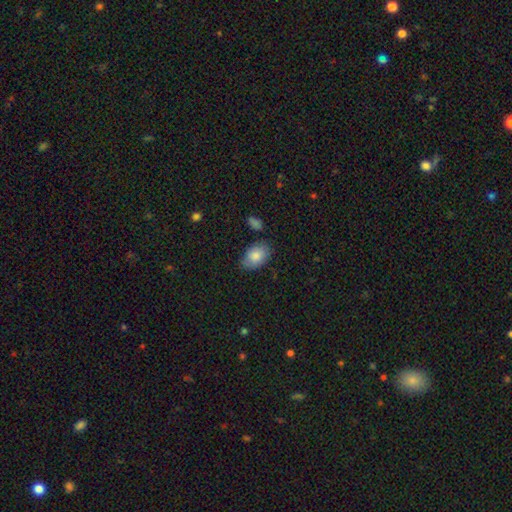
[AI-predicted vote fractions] Morphology: type=smooth (83%); roundness=in between (88%); merging=none (75%).